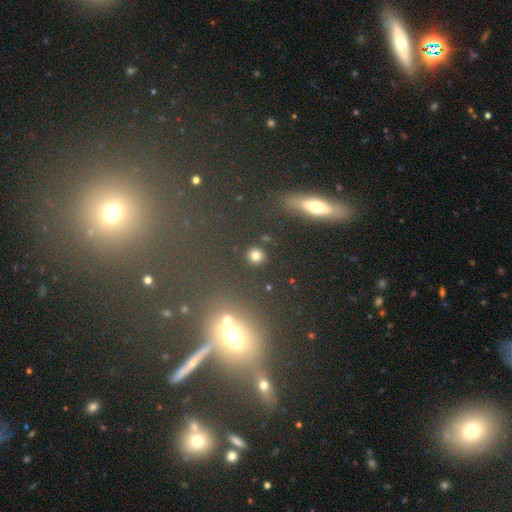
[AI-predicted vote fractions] smooth-or-featured: smooth: 79% | star or artifact: 16% | featured or disk: 6%
  how-rounded: round: 90% | in between: 9% | cigar-shaped: 1%
  merging: none: 89% | minor disturbance: 6% | merger: 3% | major disturbance: 2%